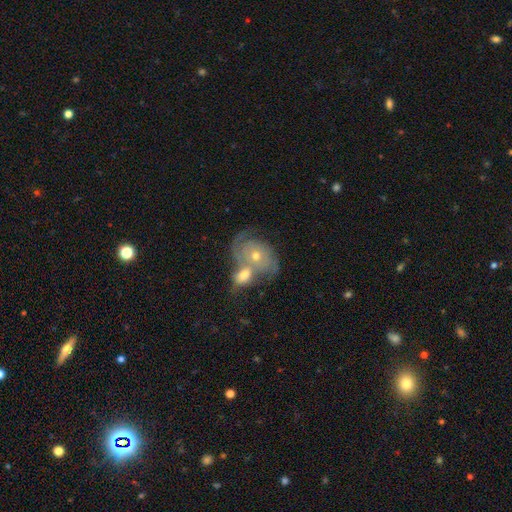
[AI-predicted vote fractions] Smooth or featured? Predicted: featured or disk (p=0.73). Edge-on disk? Predicted: no (p=0.96). Bar? Predicted: no (p=0.80). Spiral arms? Predicted: yes (p=0.87). Spiral winding? Predicted: tight (p=0.55). Spiral arm count? Predicted: 2 (p=0.55). Bulge size? Predicted: moderate (p=0.54). Merging? Predicted: merger (p=0.58).